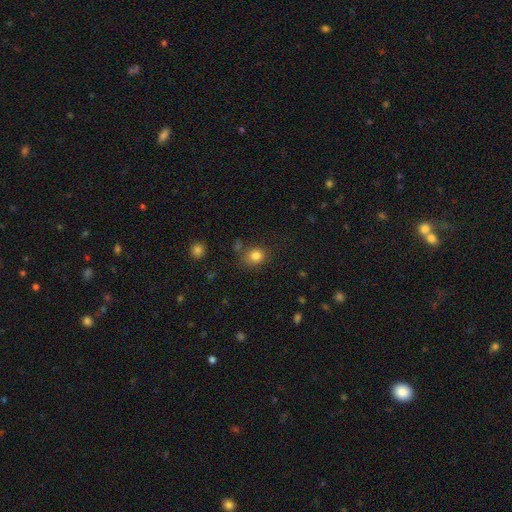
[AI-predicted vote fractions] Smooth or featured: smooth — 83% (star or artifact — 12%)
How rounded: round — 68% (in between — 31%)
Merging: none — 73% (minor disturbance — 16%)